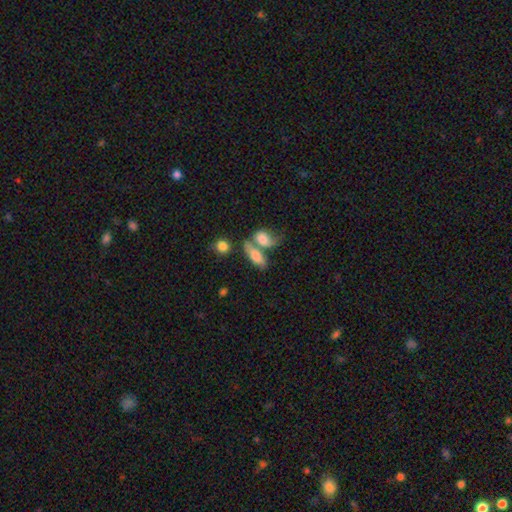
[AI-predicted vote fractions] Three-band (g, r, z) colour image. It shows a smooth galaxy with no disk features (69%) that is in between round and cigar-shaped (78%). Merging: merger (52%).